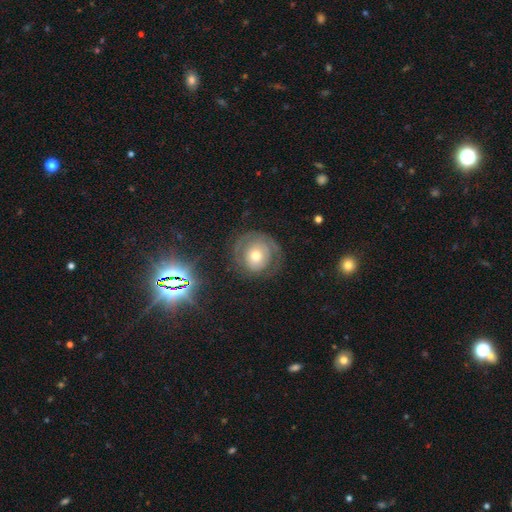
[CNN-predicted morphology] smooth-or-featured: featured or disk: 52% | smooth: 39% | star or artifact: 9%
  disk-edge-on: no: 96% | yes: 4%
  merging: none: 68% | minor disturbance: 17% | major disturbance: 13% | merger: 2%